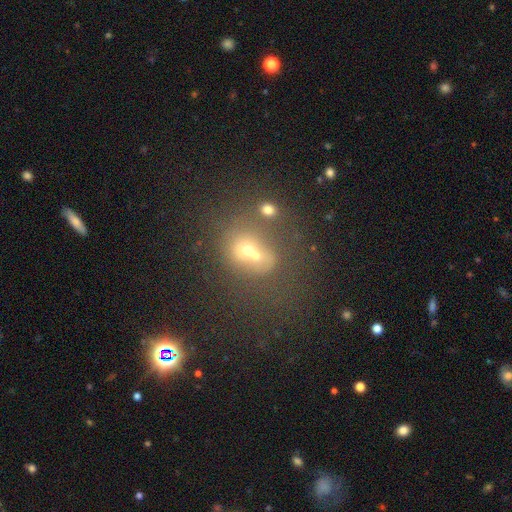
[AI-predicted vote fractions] This appears to be a smooth galaxy with no disk features (55%) that is round (70%). Merging: merger (59%).